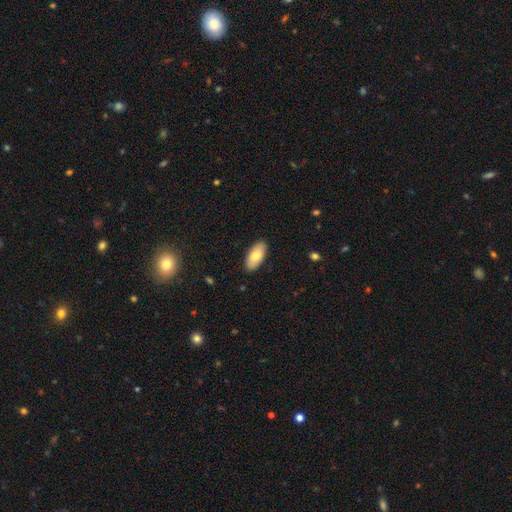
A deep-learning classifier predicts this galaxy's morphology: smooth 77%, featured or disk 16%, star or artifact 6%. Down the decision tree: how rounded — in between (91%); merging — none (89%).